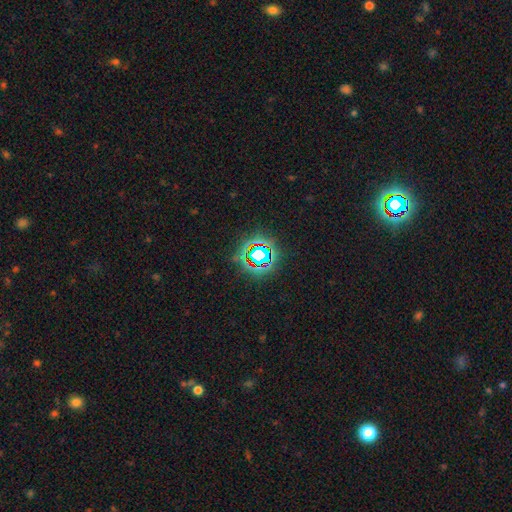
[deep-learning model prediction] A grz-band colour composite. It shows a star or artifact, not a galaxy (73%).